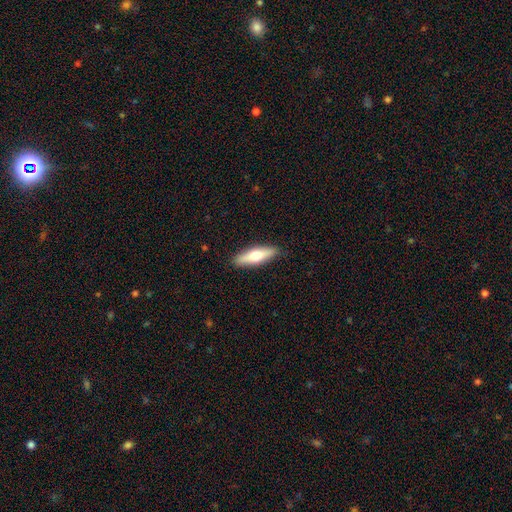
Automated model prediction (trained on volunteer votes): Smooth or featured? Predicted: smooth (p=0.59). How rounded? Predicted: cigar-shaped (p=0.59). Merging? Predicted: none (p=0.89).